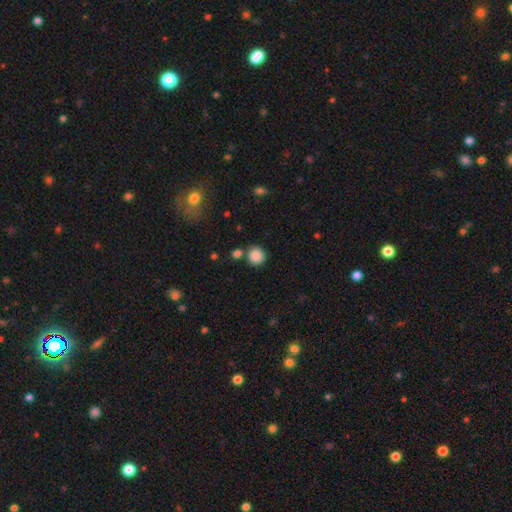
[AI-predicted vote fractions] The model was most divided on "merging": none: 78%, merger: 11%, minor disturbance: 9%, major disturbance: 3%. More confident: how rounded — round (91%); smooth or featured — smooth (87%).